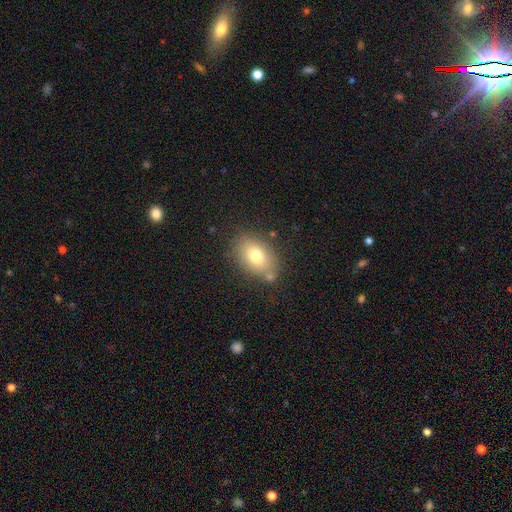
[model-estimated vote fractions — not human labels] smooth 74%, featured or disk 15%, star or artifact 10%. Down the decision tree: how rounded — in between (79%); merging — none (76%).